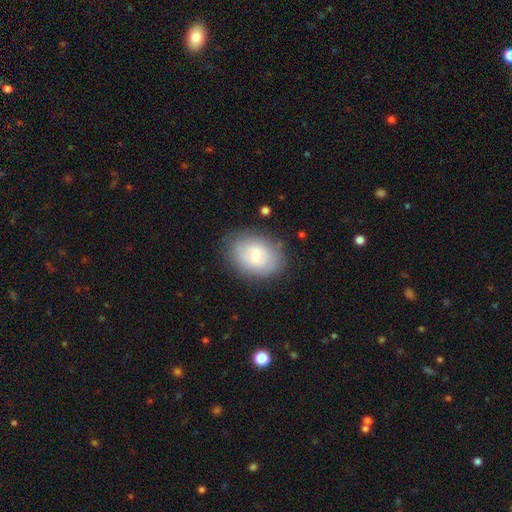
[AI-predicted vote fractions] Smooth or featured: smooth — 59% (featured or disk — 33%)
How rounded: in between — 67% (round — 32%)
Merging: none — 79% (minor disturbance — 15%)